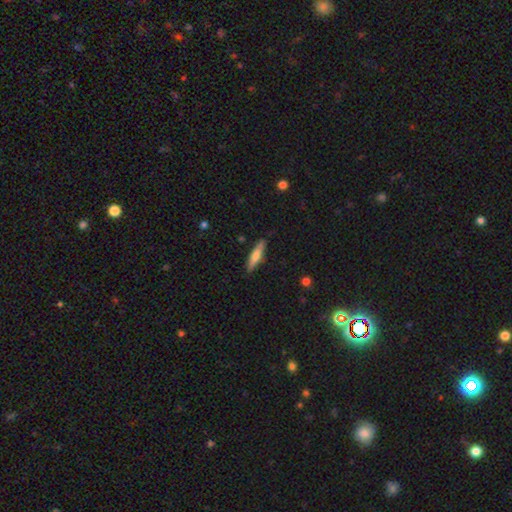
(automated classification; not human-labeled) Smooth or featured: smooth — 58% (featured or disk — 36%)
How rounded: cigar-shaped — 83% (in between — 15%)
Merging: none — 88% (minor disturbance — 9%)